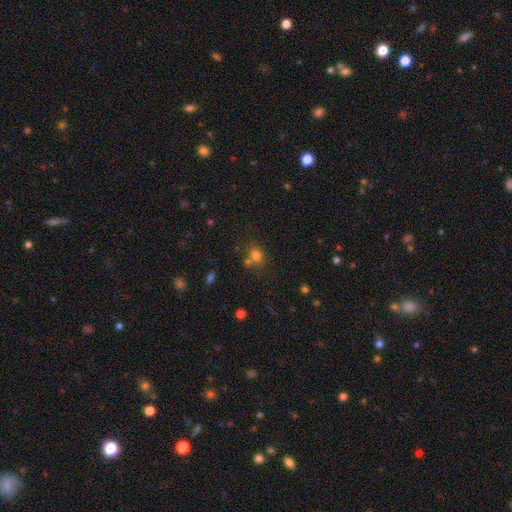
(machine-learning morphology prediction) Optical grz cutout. It shows a smooth galaxy with no disk features (74%) that is round (60%). Merging: none (57%).